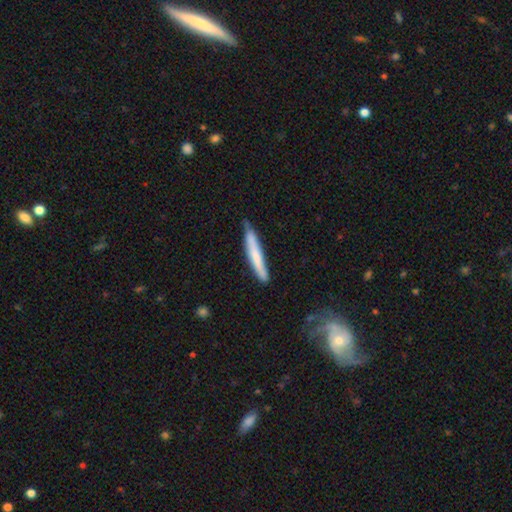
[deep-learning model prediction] Smooth or featured: smooth — 64% (featured or disk — 31%)
How rounded: cigar-shaped — 95% (in between — 4%)
Merging: none — 74% (minor disturbance — 21%)